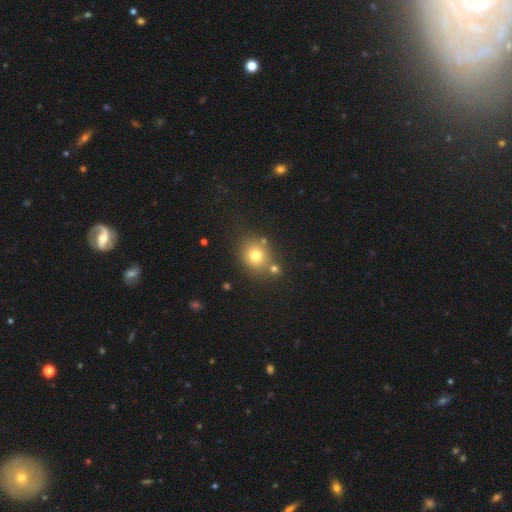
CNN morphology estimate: Smooth or featured? smooth (75%)
How rounded? round (78%)
Merging? none (69%)